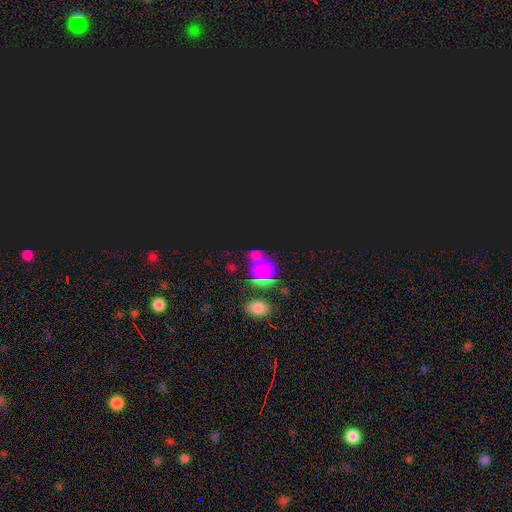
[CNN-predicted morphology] Smooth or featured: star or artifact — 64% (smooth — 28%)